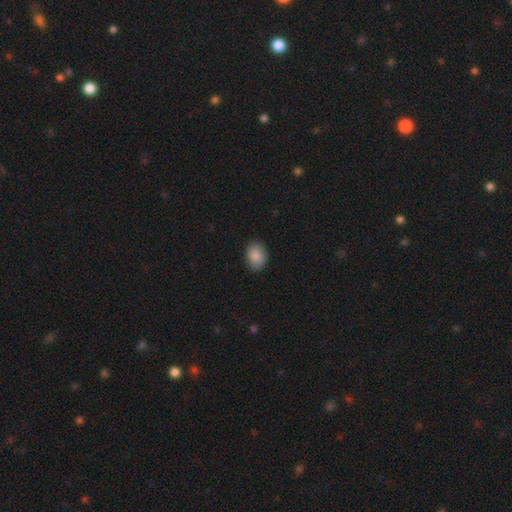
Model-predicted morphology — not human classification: Q: Smooth or featured?
A: smooth (88%); runner-up: star or artifact (7%)
Q: How rounded?
A: in between (71%); runner-up: round (28%)
Q: Merging?
A: none (85%); runner-up: minor disturbance (12%)